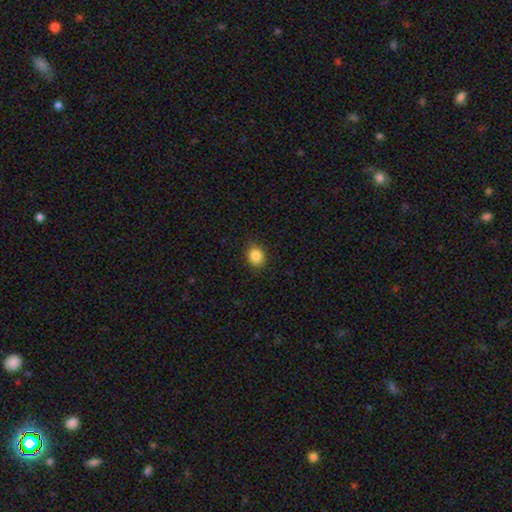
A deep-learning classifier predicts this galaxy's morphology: The model was most divided on "how rounded": round: 61%, in between: 38%, cigar-shaped: 1%. More confident: merging — none (89%); smooth or featured — smooth (86%).